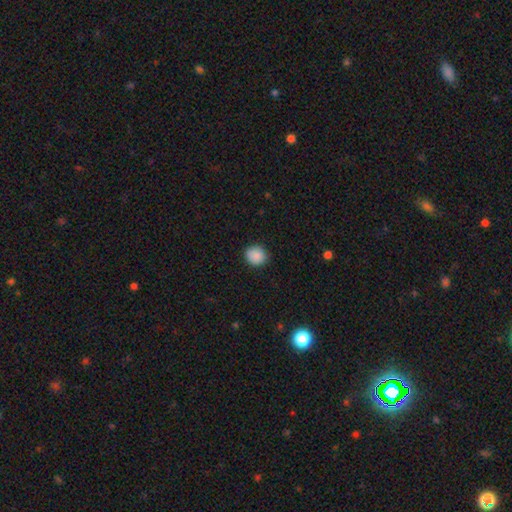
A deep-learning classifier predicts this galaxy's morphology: The model was most divided on "how rounded": round: 87%, in between: 12%, cigar-shaped: 1%. More confident: merging — none (90%); smooth or featured — smooth (88%).